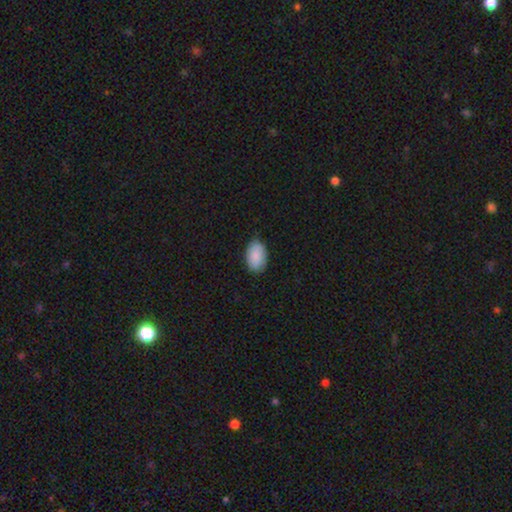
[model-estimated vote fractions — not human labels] This is clearly a smooth galaxy (88%). How rounded: clearly in between (91%). Merging: clearly none (82%).